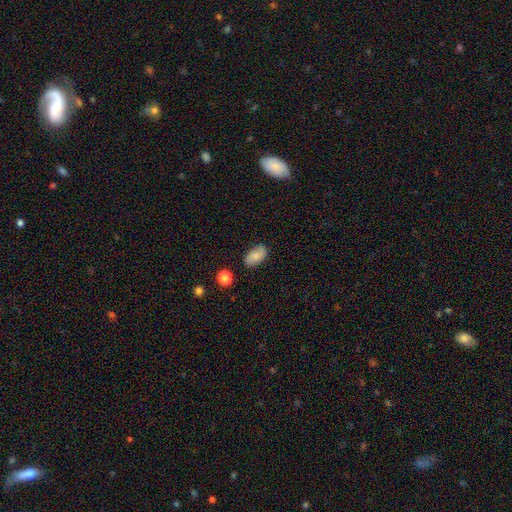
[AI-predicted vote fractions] The model was most divided on "smooth or featured": smooth: 79%, featured or disk: 13%, star or artifact: 8%. More confident: how rounded — in between (92%); merging — none (82%).